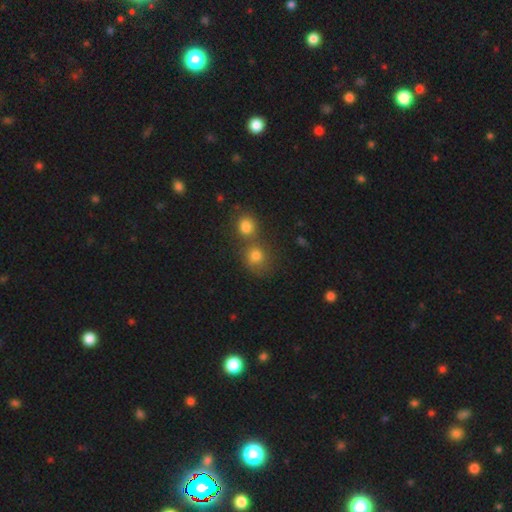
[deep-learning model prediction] smooth_or_featured: smooth (p=0.77) [alt: star or artifact p=0.14]
how_rounded: round (p=0.76) [alt: in between p=0.23]
merging: merger (p=0.43) [alt: none p=0.42]